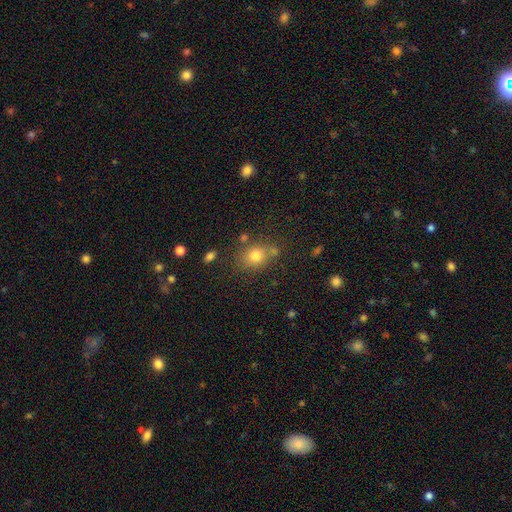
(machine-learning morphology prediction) smooth 77%, star or artifact 14%, featured or disk 9%. Down the decision tree: how rounded — round (56%); merging — none (70%).